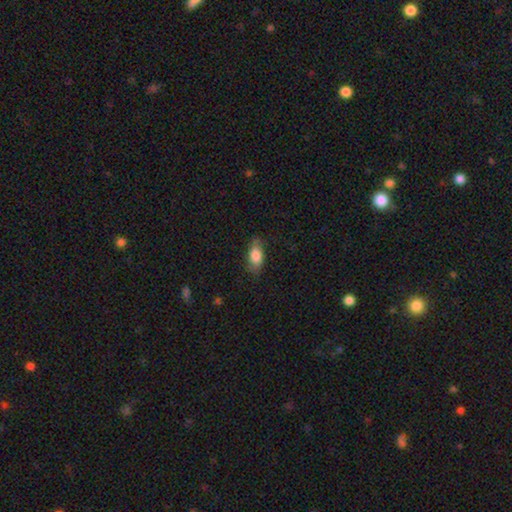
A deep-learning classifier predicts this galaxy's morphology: Overall: smooth (81%). How rounded: in between (87%). Merging: none (77%).